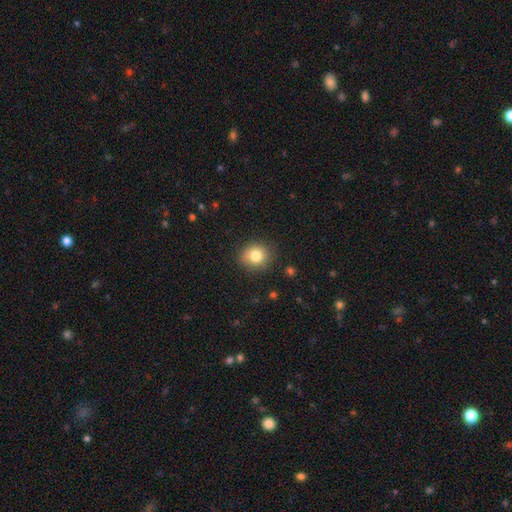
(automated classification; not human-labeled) Morphology: type=smooth (81%); roundness=round (77%); merging=none (86%).